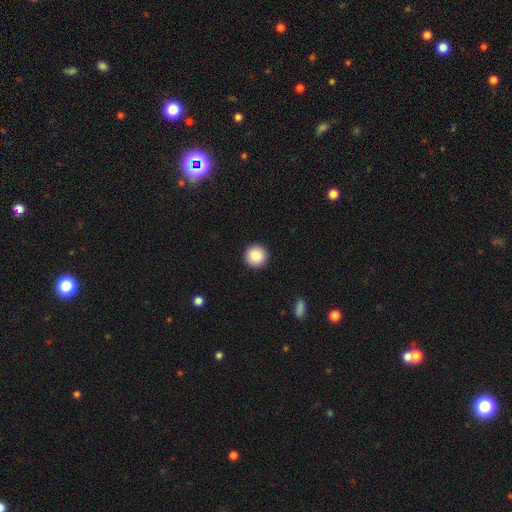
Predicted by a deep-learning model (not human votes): Q: Smooth or featured?
A: smooth (86%); runner-up: star or artifact (8%)
Q: How rounded?
A: round (96%); runner-up: in between (3%)
Q: Merging?
A: none (93%); runner-up: minor disturbance (4%)